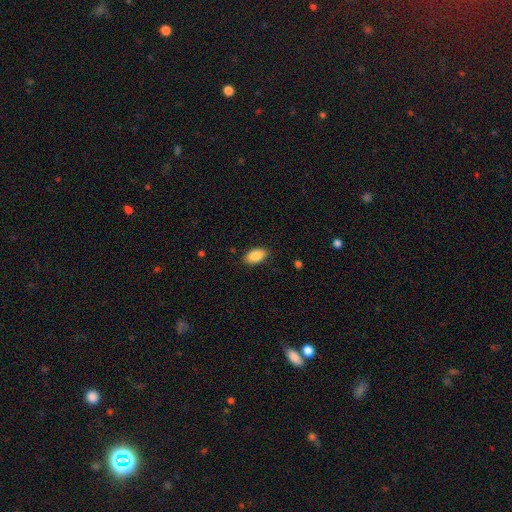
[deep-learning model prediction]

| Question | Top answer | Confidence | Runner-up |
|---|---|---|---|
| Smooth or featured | smooth | 89% | star or artifact (7%) |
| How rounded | in between | 93% | round (5%) |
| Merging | none | 85% | minor disturbance (12%) |